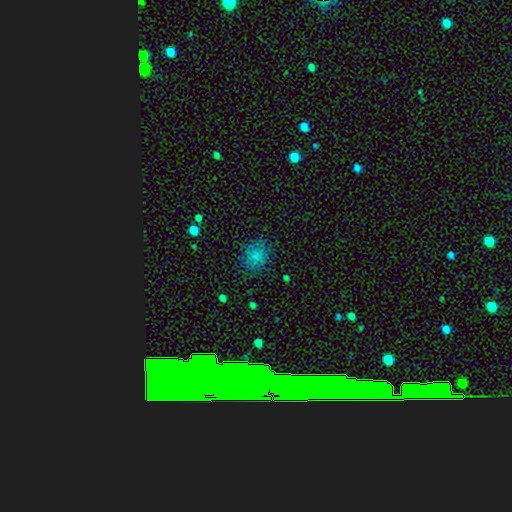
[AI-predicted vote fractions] The model was most divided on "how rounded": round: 68%, in between: 31%, cigar-shaped: 1%. More confident: smooth or featured — smooth (82%); merging — none (79%).